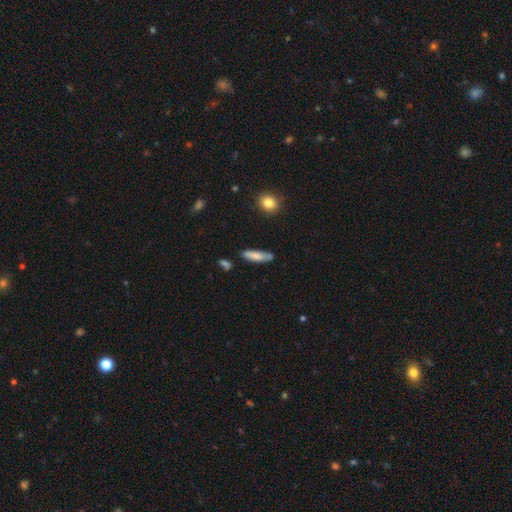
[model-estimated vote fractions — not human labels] Smooth or featured? smooth (76%)
How rounded? cigar-shaped (69%)
Merging? none (73%)